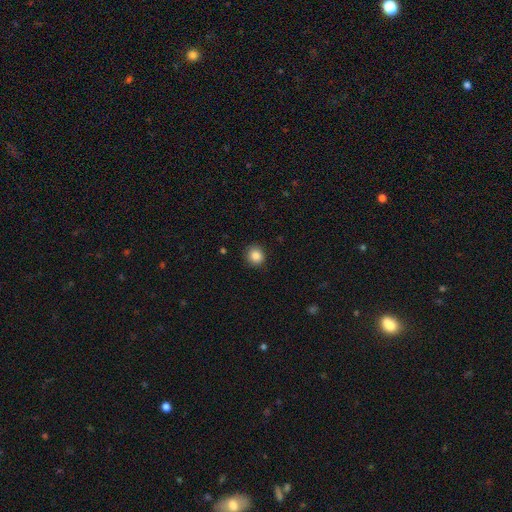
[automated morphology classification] smooth 86%, star or artifact 10%, featured or disk 4%. Down the decision tree: how rounded — round (88%); merging — none (89%).